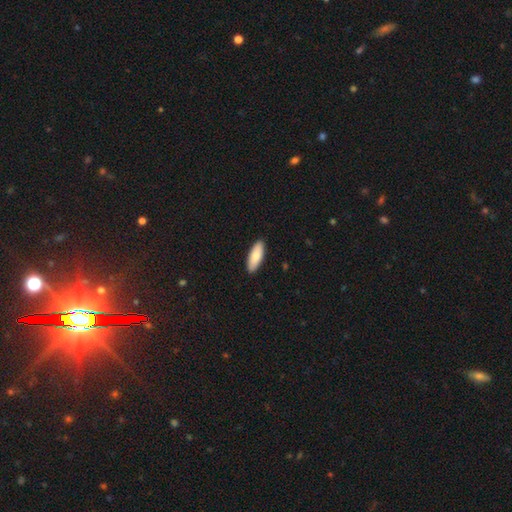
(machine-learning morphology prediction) The model was most divided on "how rounded": in between: 64%, cigar-shaped: 34%, round: 2%. More confident: merging — none (91%); smooth or featured — smooth (86%).